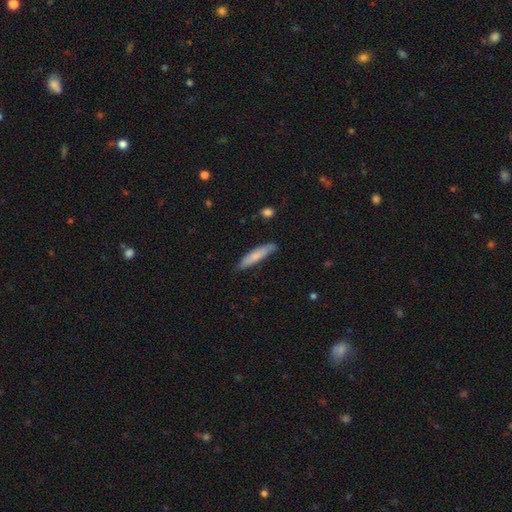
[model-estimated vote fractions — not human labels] Morphology: type=smooth (72%); roundness=cigar-shaped (85%); merging=none (74%).